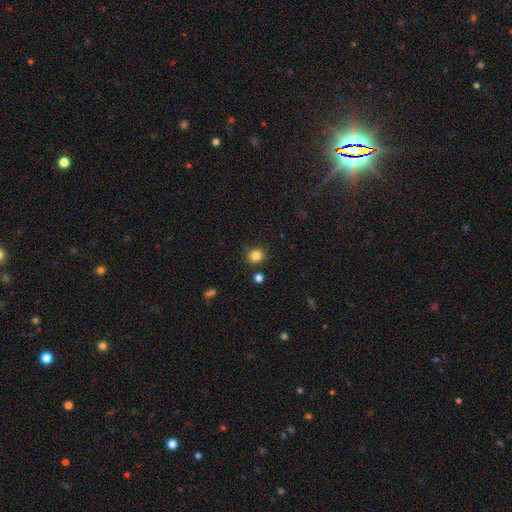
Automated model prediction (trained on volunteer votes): Smooth or featured? Predicted: smooth (p=0.84). How rounded? Predicted: round (p=0.87). Merging? Predicted: none (p=0.86).